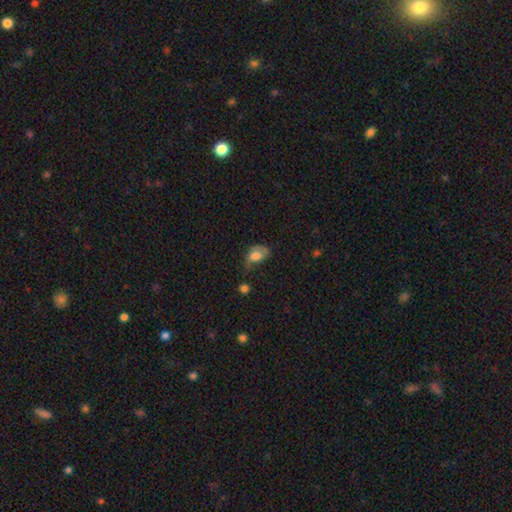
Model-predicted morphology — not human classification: The model was most divided on "merging": minor disturbance: 35%, major disturbance: 30%, none: 29%, merger: 6%. More confident: how rounded — in between (81%); smooth or featured — smooth (70%).